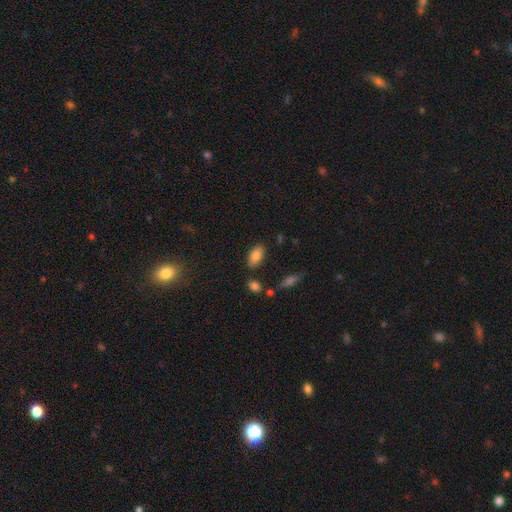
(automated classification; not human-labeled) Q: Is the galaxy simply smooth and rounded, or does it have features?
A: smooth — 84%.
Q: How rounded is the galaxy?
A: in between — 92%.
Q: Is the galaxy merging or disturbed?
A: none — 83%.